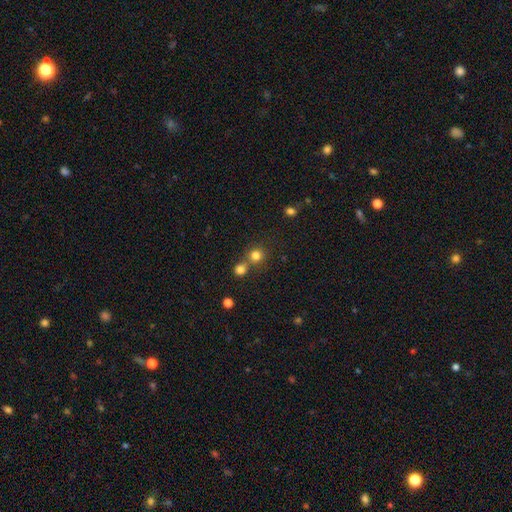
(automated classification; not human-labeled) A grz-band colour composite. It shows a smooth galaxy with no disk features (79%) that is round (91%). Merging: none (61%).